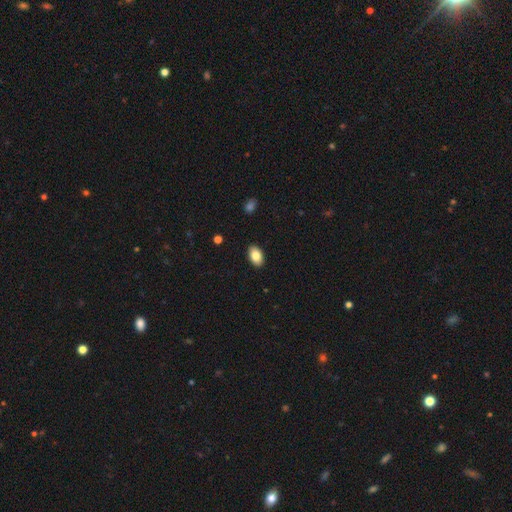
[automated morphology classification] A smooth galaxy with no disk features (83%) that is in between round and cigar-shaped (92%). Merging: none (90%).